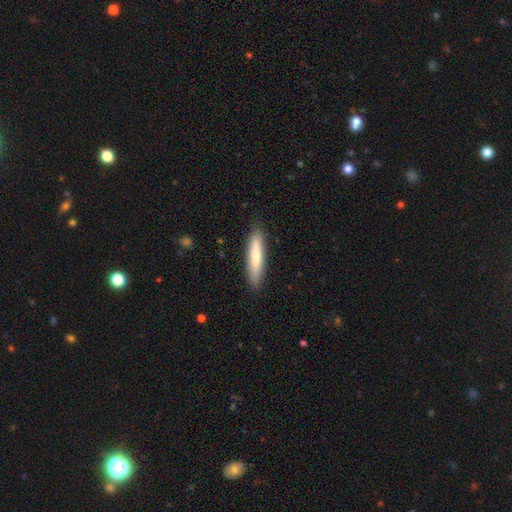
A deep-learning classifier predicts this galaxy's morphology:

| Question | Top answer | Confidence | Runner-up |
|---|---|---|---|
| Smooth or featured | smooth | 73% | featured or disk (21%) |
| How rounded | cigar-shaped | 86% | in between (13%) |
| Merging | none | 88% | minor disturbance (9%) |